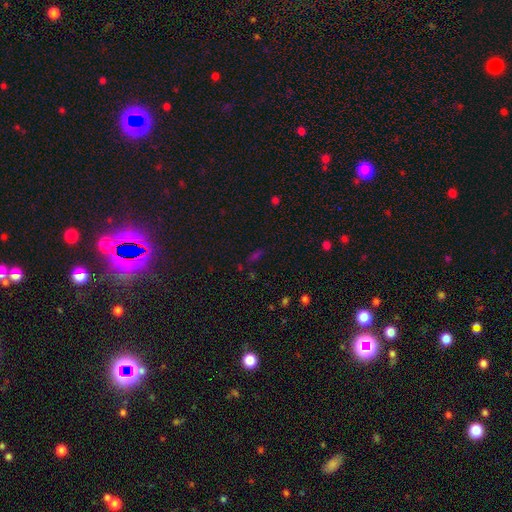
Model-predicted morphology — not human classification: Smooth or featured? smooth (49%)
Merging? none (71%)